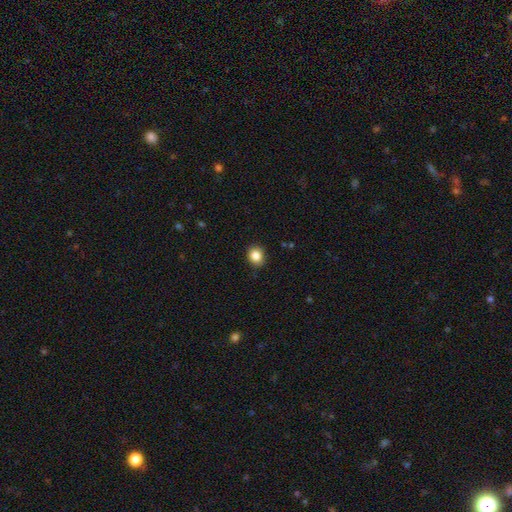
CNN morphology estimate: Q: Smooth or featured?
A: smooth (85%); runner-up: star or artifact (10%)
Q: How rounded?
A: round (67%); runner-up: in between (32%)
Q: Merging?
A: none (88%); runner-up: minor disturbance (9%)